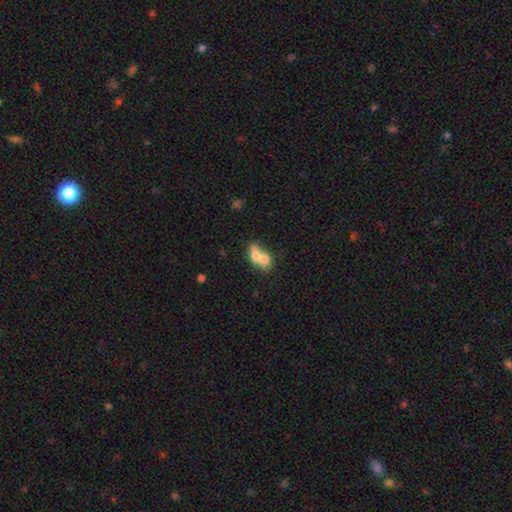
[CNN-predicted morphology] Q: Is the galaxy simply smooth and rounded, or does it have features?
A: smooth — 65%.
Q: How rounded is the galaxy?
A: in between — 61%.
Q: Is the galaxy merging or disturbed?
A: merger — 74%.